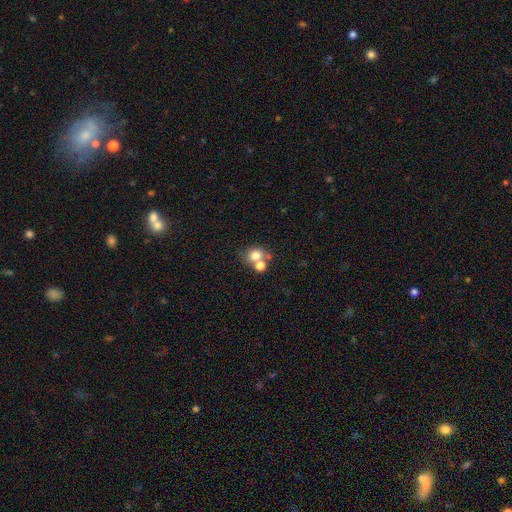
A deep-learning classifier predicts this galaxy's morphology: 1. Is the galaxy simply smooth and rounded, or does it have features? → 75% smooth, 13% featured or disk, 12% star or artifact.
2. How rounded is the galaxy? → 67% round, 32% in between, 1% cigar-shaped.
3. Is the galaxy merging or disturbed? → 45% merger, 42% none, 8% minor disturbance, 4% major disturbance.